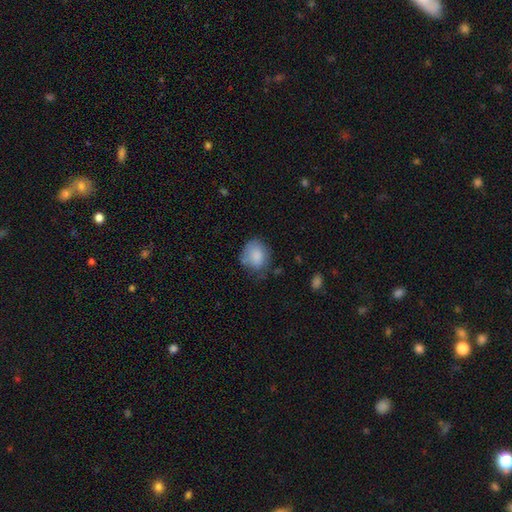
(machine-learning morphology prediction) smooth 82%, featured or disk 10%, star or artifact 7%. Down the decision tree: how rounded — round (64%); merging — none (56%).